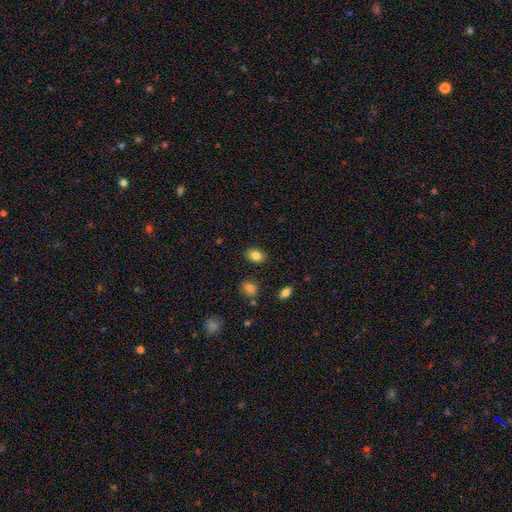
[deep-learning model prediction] The model was most divided on "how rounded": in between: 77%, round: 21%, cigar-shaped: 1%. More confident: merging — none (87%); smooth or featured — smooth (84%).